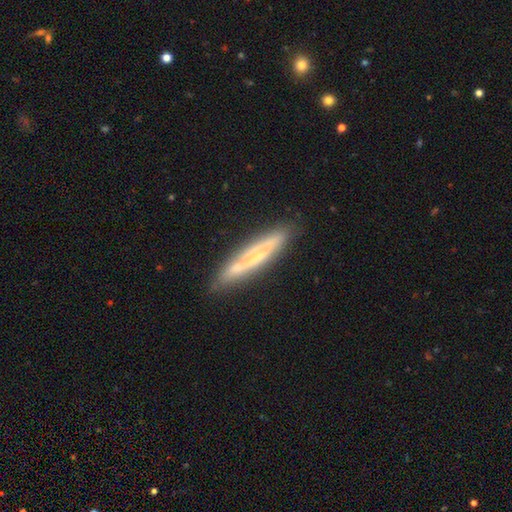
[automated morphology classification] Smooth or featured? Predicted: featured or disk (p=0.56). Edge-on disk? Predicted: yes (p=0.77). Merging? Predicted: none (p=0.78).